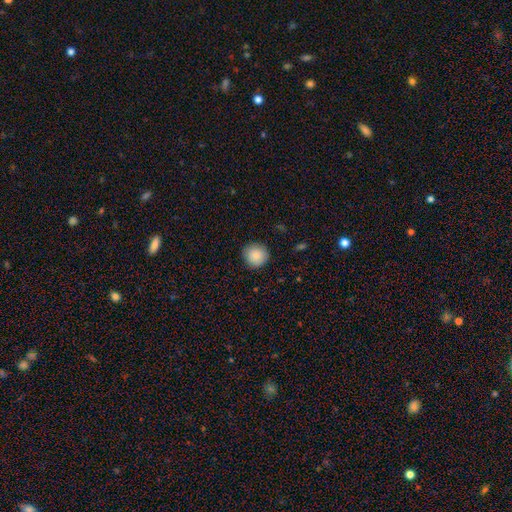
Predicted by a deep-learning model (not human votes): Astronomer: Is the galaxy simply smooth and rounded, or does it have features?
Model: smooth — 88%.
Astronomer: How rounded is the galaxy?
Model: round — 93%.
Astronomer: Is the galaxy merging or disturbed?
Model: none — 89%.